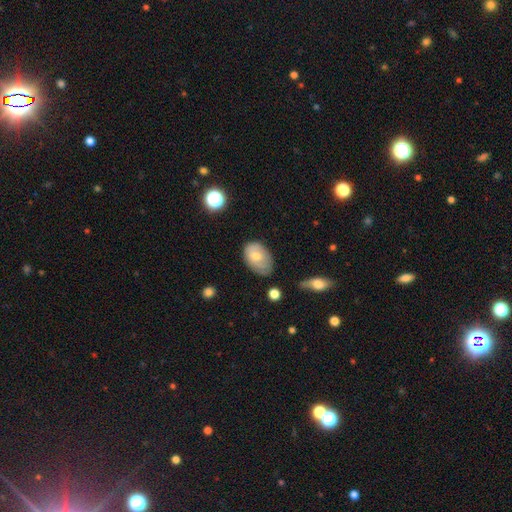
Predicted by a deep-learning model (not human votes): This appears to be a smooth galaxy with no disk features (61%) that is in between round and cigar-shaped (87%). Merging: none (56%).